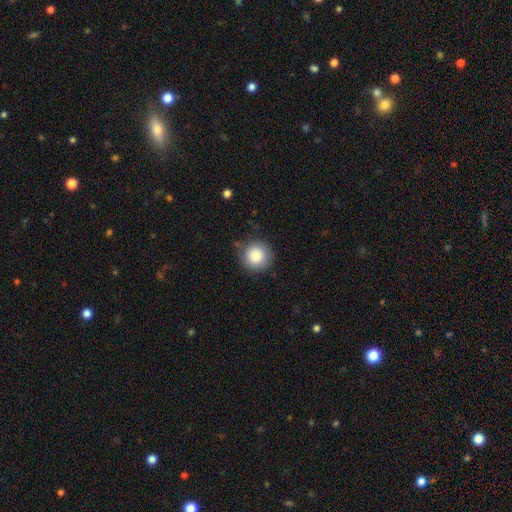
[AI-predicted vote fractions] The model was most divided on "merging": none: 82%, minor disturbance: 13%, major disturbance: 3%, merger: 2%. More confident: how rounded — round (95%); smooth or featured — smooth (85%).